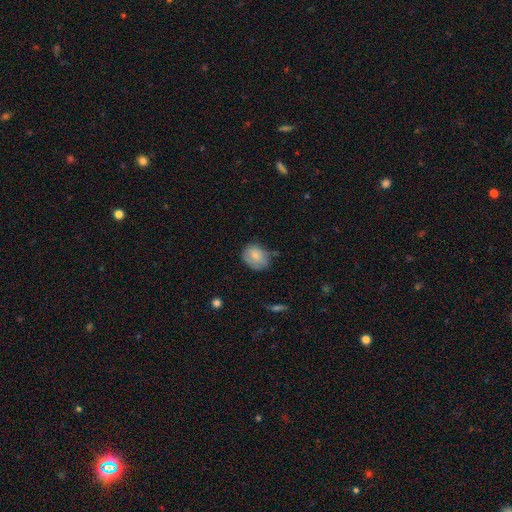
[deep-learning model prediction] smooth_or_featured: smooth (p=0.77) [alt: featured or disk p=0.16]
how_rounded: in between (p=0.51) [alt: round p=0.48]
merging: none (p=0.57) [alt: minor disturbance p=0.32]